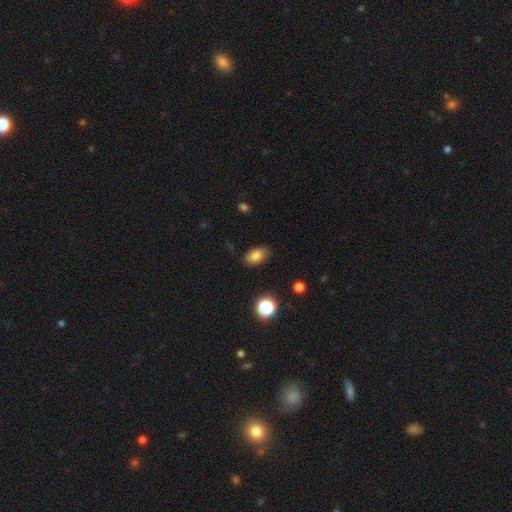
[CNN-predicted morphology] Q: Smooth or featured?
A: smooth (80%); runner-up: star or artifact (10%)
Q: How rounded?
A: in between (89%); runner-up: round (9%)
Q: Merging?
A: none (83%); runner-up: minor disturbance (12%)